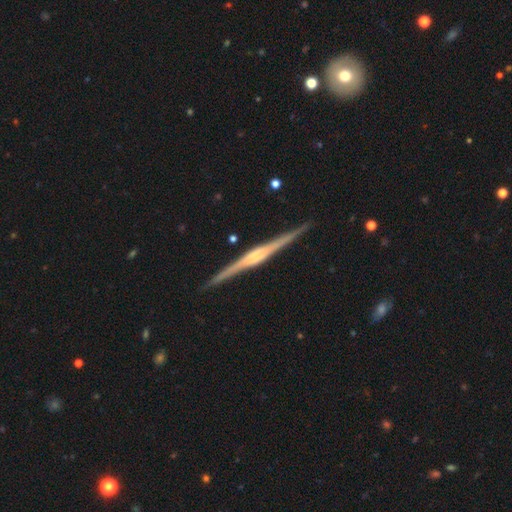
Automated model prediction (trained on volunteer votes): smooth_or_featured: featured or disk (p=0.87) [alt: smooth p=0.09]
disk_edge_on: yes (p=0.98) [alt: no p=0.02]
edge_on_bulge: rounded (p=0.48) [alt: boxy p=0.40]
merging: none (p=0.91) [alt: minor disturbance p=0.07]